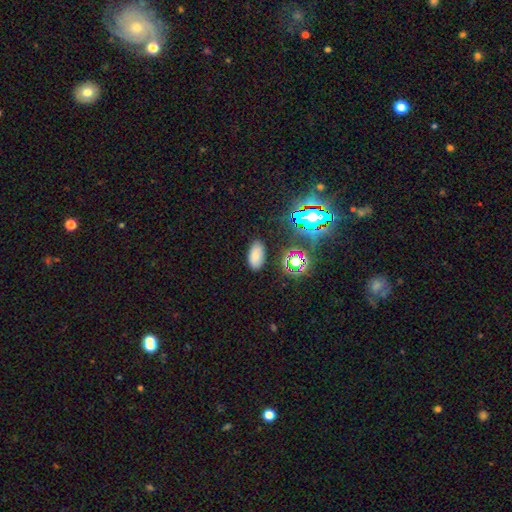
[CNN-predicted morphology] A smooth galaxy with no disk features (72%) that is in between round and cigar-shaped (92%). Merging: none (86%).